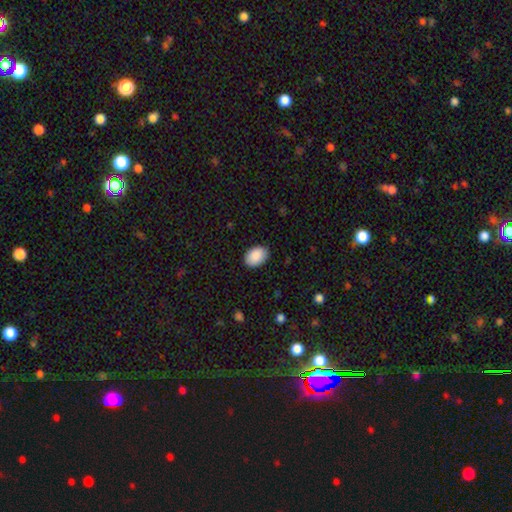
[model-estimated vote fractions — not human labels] Smooth or featured?
  - smooth: 90% *
  - star or artifact: 6%
  - featured or disk: 3%
How rounded?
  - in between: 85% *
  - round: 14%
  - cigar-shaped: 1%
Merging?
  - none: 86% *
  - minor disturbance: 11%
  - major disturbance: 2%
  - merger: 1%